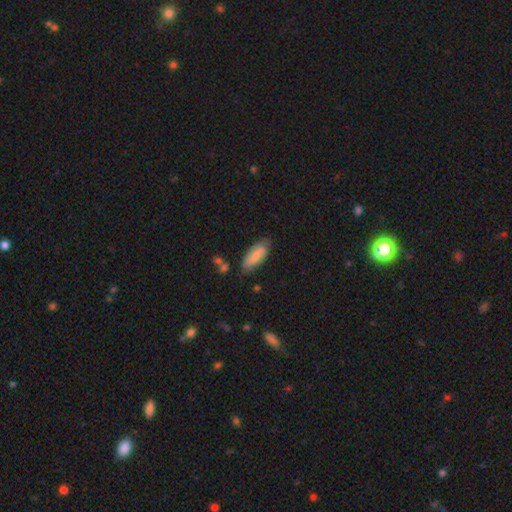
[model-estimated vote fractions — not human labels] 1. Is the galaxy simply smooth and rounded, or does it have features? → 66% smooth, 28% featured or disk, 6% star or artifact.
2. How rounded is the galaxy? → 80% in between, 17% cigar-shaped, 2% round.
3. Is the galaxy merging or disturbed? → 70% none, 23% minor disturbance, 5% major disturbance, 3% merger.